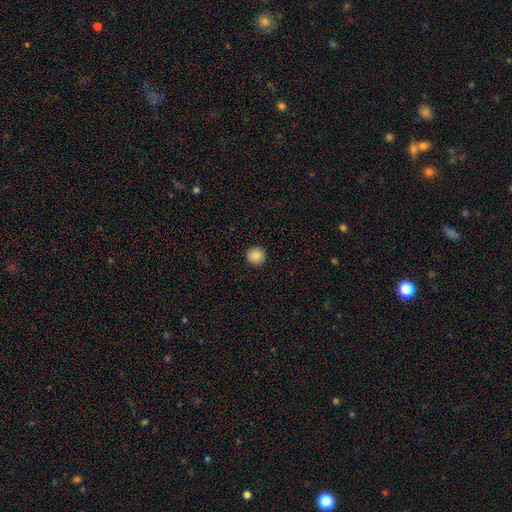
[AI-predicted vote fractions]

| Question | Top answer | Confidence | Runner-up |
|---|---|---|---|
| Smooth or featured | smooth | 86% | star or artifact (9%) |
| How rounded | round | 95% | in between (4%) |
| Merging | none | 93% | minor disturbance (5%) |